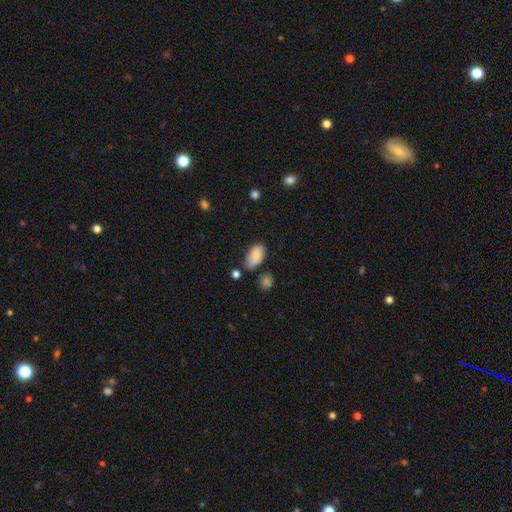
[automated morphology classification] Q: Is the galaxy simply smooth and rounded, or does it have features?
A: smooth — 85%.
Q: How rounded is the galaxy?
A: in between — 93%.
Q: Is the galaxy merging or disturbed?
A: none — 64%.